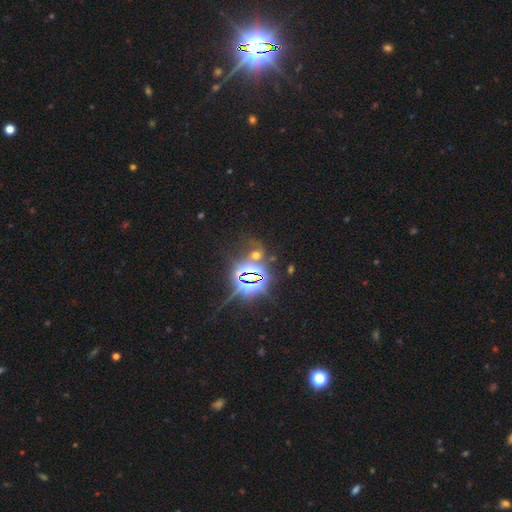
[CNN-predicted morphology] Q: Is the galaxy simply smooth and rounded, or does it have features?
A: star or artifact — 67%.